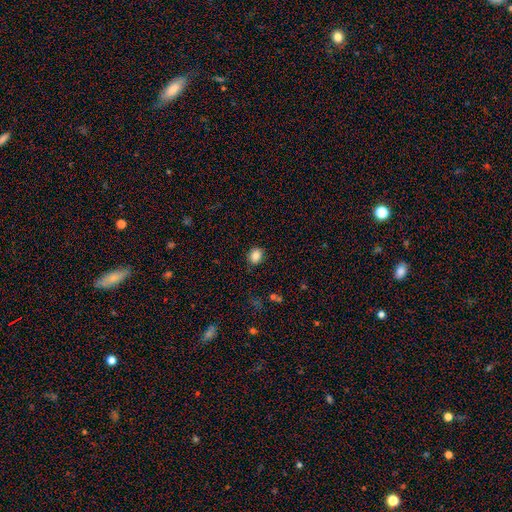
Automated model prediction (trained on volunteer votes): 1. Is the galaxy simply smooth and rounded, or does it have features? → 85% smooth, 10% star or artifact, 5% featured or disk.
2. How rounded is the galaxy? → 54% round, 45% in between, 1% cigar-shaped.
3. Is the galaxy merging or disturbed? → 85% none, 11% minor disturbance, 3% major disturbance, 1% merger.